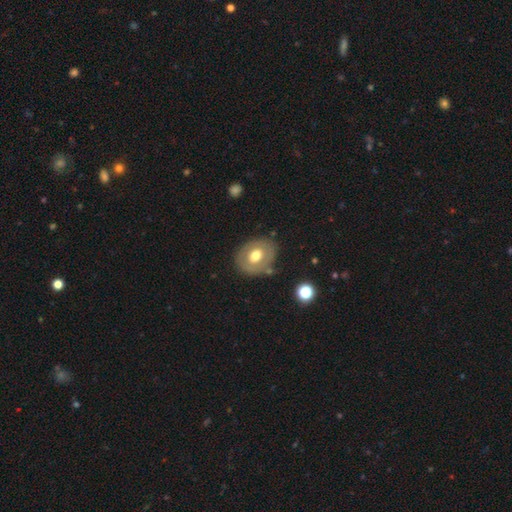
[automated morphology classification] Q: Smooth or featured?
A: smooth (56%); runner-up: featured or disk (36%)
Q: How rounded?
A: round (51%); runner-up: in between (48%)
Q: Merging?
A: none (77%); runner-up: minor disturbance (14%)